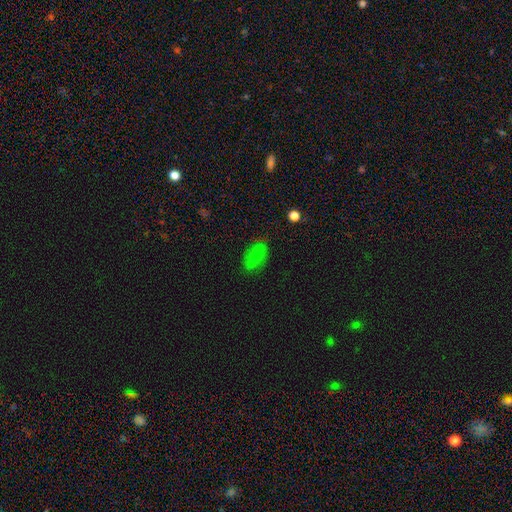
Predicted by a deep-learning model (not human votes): smooth-or-featured: smooth: 74% | star or artifact: 17% | featured or disk: 10%
  how-rounded: in between: 90% | cigar-shaped: 6% | round: 5%
  merging: none: 80% | minor disturbance: 14% | major disturbance: 4% | merger: 1%